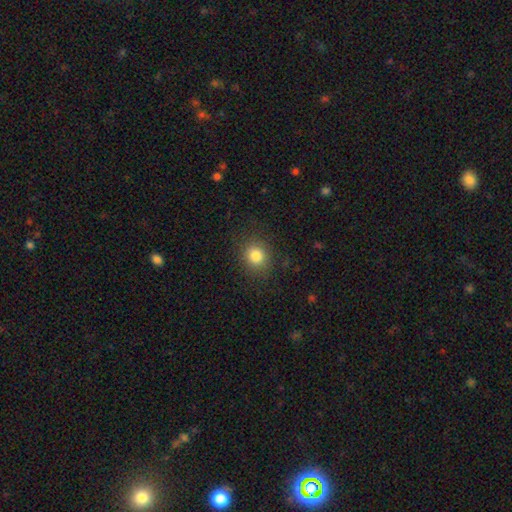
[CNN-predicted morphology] This is clearly a smooth galaxy (83%). How rounded: likely round (79%). Merging: clearly none (86%).